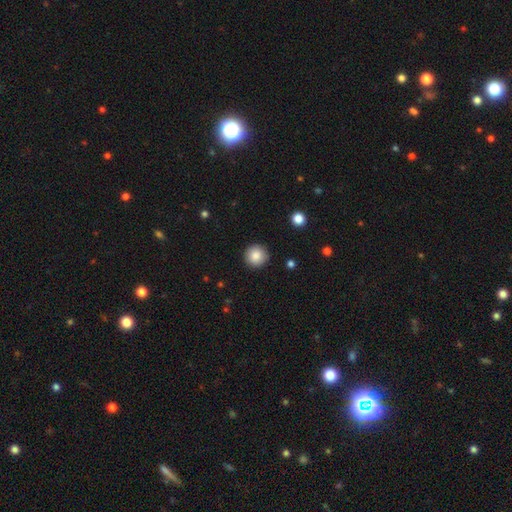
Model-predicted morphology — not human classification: type=smooth (86%); roundness=round (95%); merging=none (92%).